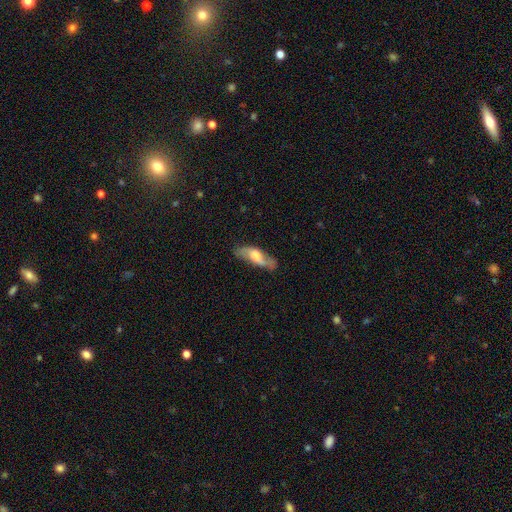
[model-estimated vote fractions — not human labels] Smooth or featured: featured or disk — 51% (smooth — 43%)
Edge-on disk: no — 66% (yes — 34%)
Merging: none — 67% (minor disturbance — 23%)